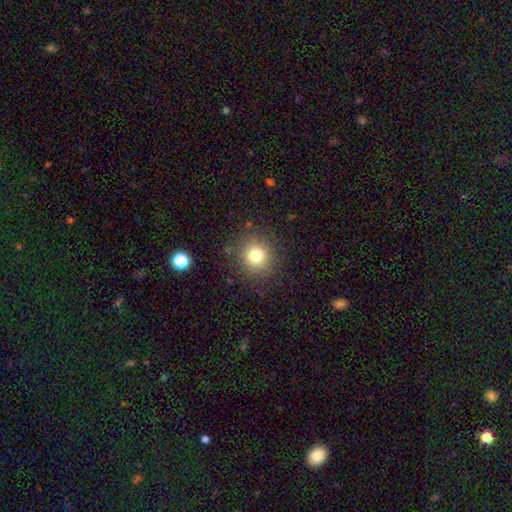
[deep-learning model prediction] Smooth or featured? Predicted: smooth (p=0.77). How rounded? Predicted: round (p=0.90). Merging? Predicted: none (p=0.86).